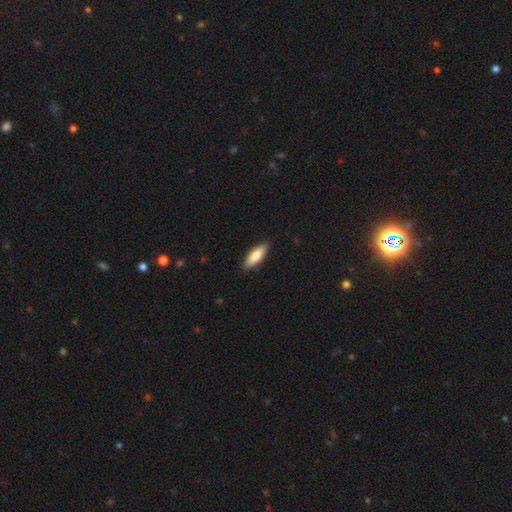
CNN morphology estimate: This appears to be a smooth galaxy with no disk features (84%) that is in between round and cigar-shaped (64%). Merging: none (87%).